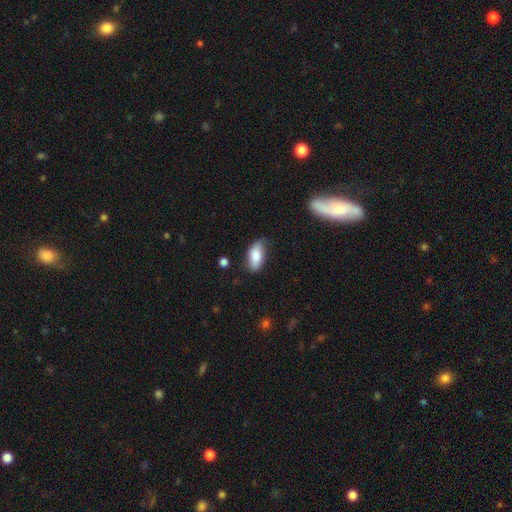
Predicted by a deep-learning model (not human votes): The model was most divided on "merging": none: 62%, minor disturbance: 29%, major disturbance: 6%, merger: 2%. More confident: how rounded — in between (87%); smooth or featured — smooth (73%).